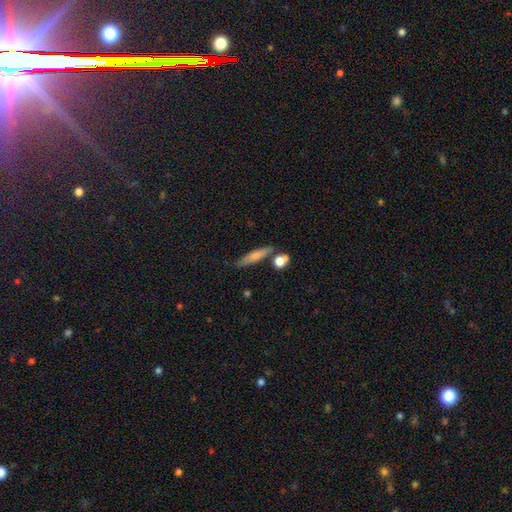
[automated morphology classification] Smooth or featured: smooth — 69% (featured or disk — 24%)
How rounded: cigar-shaped — 77% (in between — 18%)
Merging: none — 74% (minor disturbance — 13%)